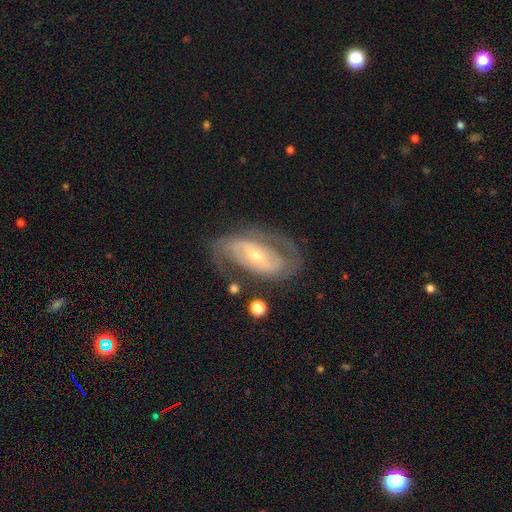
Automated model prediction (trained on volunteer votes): featured or disk 83%, smooth 11%, star or artifact 6%. Down the decision tree: edge-on disk — no (94%); bar — strong (36%); spiral arms — yes (87%); spiral arm count — 2 (76%); spiral winding — medium (42%); bulge size — small (54%); merging — none (67%).